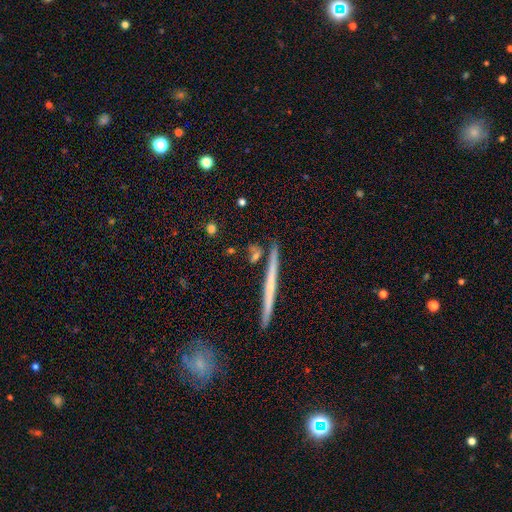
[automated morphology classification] Q: Smooth or featured?
A: smooth (56%); runner-up: featured or disk (33%)
Q: How rounded?
A: cigar-shaped (63%); runner-up: round (20%)
Q: Merging?
A: none (74%); runner-up: minor disturbance (12%)